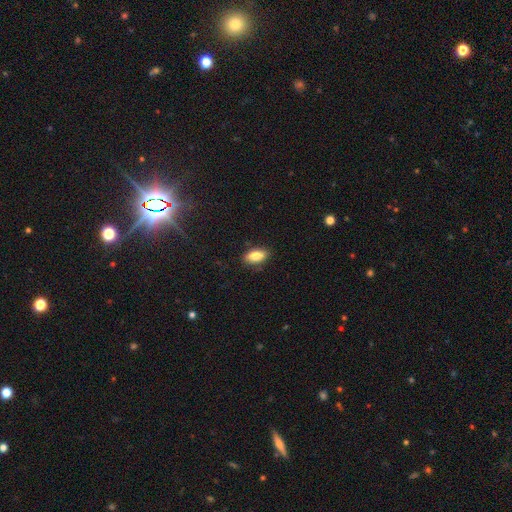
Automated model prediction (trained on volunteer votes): Smooth or featured? Predicted: smooth (p=0.83). How rounded? Predicted: in between (p=0.89). Merging? Predicted: none (p=0.84).